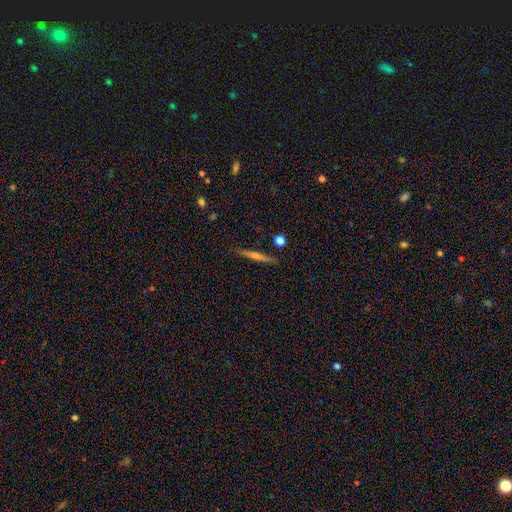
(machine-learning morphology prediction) Smooth or featured?
  - featured or disk: 60% *
  - smooth: 33%
  - star or artifact: 8%
Edge-on disk?
  - yes: 97% *
  - no: 3%
Edge-on bulge?
  - rounded: 63% *
  - none: 30%
  - boxy: 7%
Merging?
  - none: 89% *
  - minor disturbance: 7%
  - merger: 2%
  - major disturbance: 2%